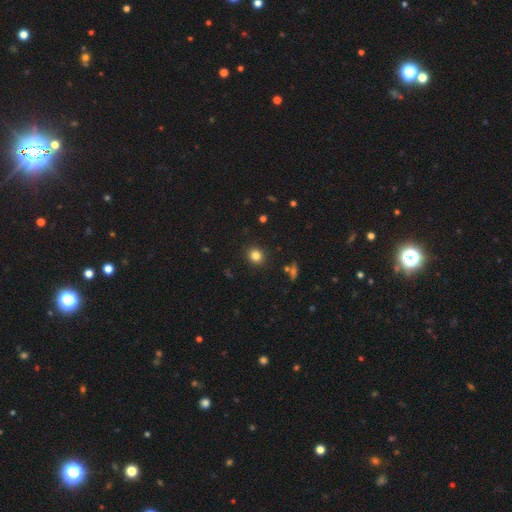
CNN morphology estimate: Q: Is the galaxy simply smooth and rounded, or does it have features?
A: smooth — 82%.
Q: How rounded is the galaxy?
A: round — 83%.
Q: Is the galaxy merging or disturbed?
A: none — 90%.